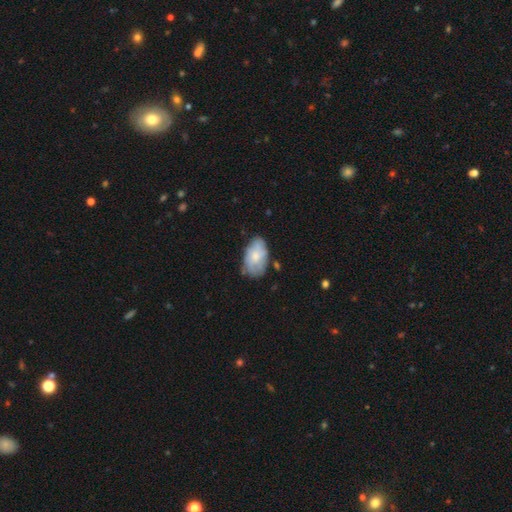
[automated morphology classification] This appears to be a smooth galaxy with no disk features (62%) that is in between round and cigar-shaped (92%). Merging: none (62%).